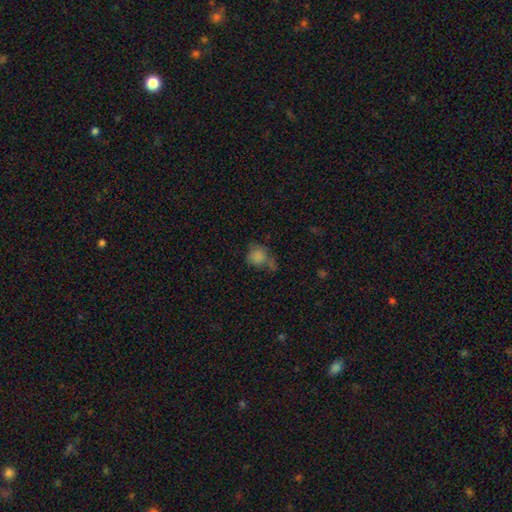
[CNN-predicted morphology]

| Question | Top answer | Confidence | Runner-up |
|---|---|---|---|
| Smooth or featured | smooth | 50% | star or artifact (34%) |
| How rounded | round | 73% | in between (25%) |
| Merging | none | 55% | minor disturbance (20%) |